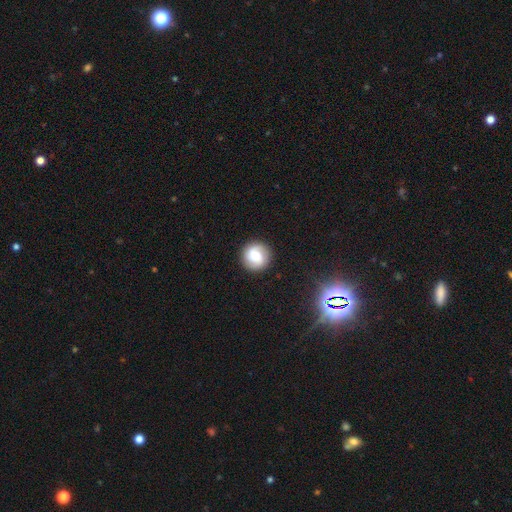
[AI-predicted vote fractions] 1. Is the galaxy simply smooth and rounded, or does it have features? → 57% smooth, 34% featured or disk, 8% star or artifact.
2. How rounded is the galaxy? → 94% round, 5% in between, 1% cigar-shaped.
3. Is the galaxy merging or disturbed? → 90% none, 7% minor disturbance, 2% major disturbance, 1% merger.